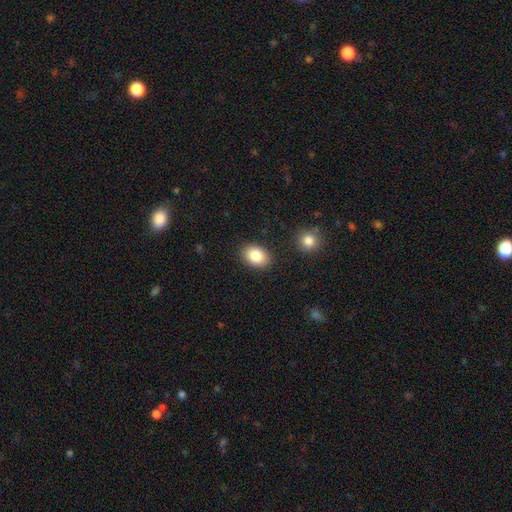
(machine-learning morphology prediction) A smooth galaxy with no disk features (85%) that is in between round and cigar-shaped (74%).

Vote fractions:
- Smooth or featured? smooth: 85% / star or artifact: 8% / featured or disk: 7%
- How rounded? in between: 74% / round: 25% / cigar-shaped: 1%
- Merging? none: 87% / minor disturbance: 8% / merger: 2% / major disturbance: 2%